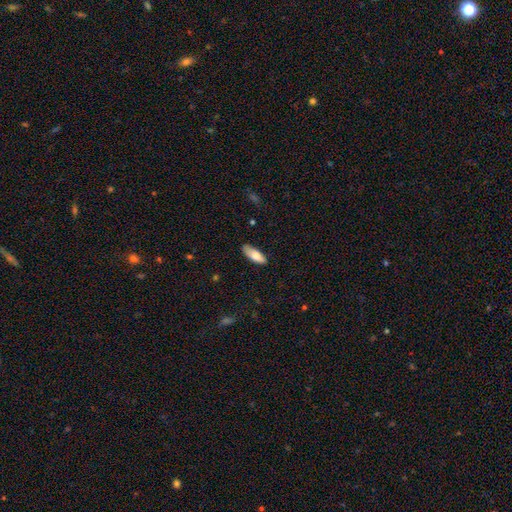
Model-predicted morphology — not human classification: Q: Smooth or featured?
A: smooth (77%); runner-up: featured or disk (17%)
Q: How rounded?
A: in between (72%); runner-up: cigar-shaped (26%)
Q: Merging?
A: none (78%); runner-up: minor disturbance (18%)